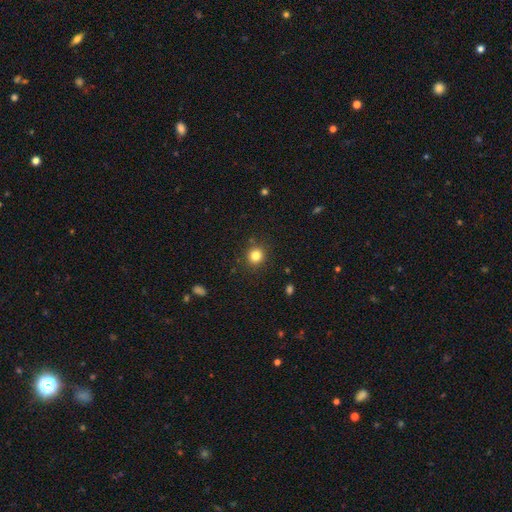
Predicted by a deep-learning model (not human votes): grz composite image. It shows a smooth galaxy with no disk features (83%) that is round (89%). Merging: none (89%).